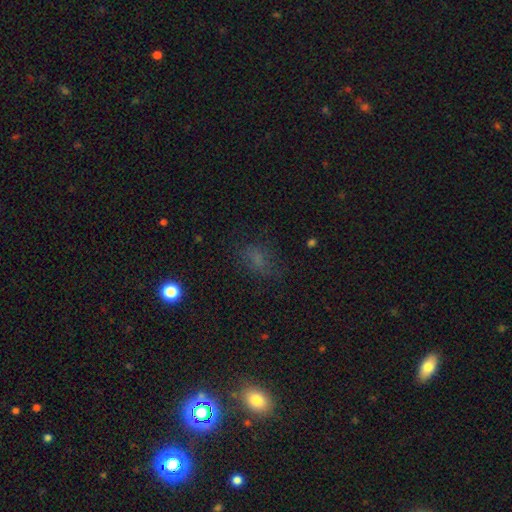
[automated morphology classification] Smooth or featured? Predicted: smooth (p=0.50). Merging? Predicted: none (p=0.68).